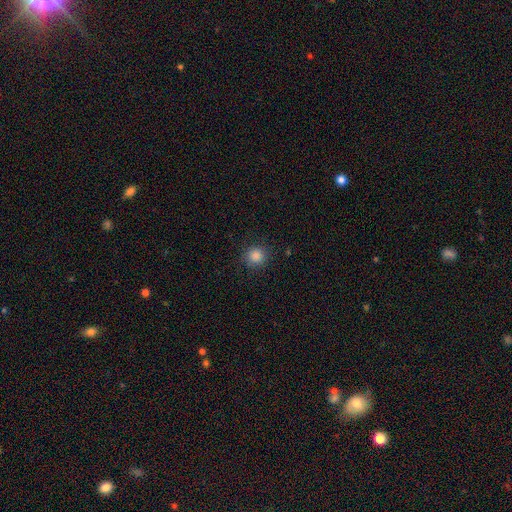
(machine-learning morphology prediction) Overall: smooth (85%). How rounded: round (93%). Merging: none (88%).